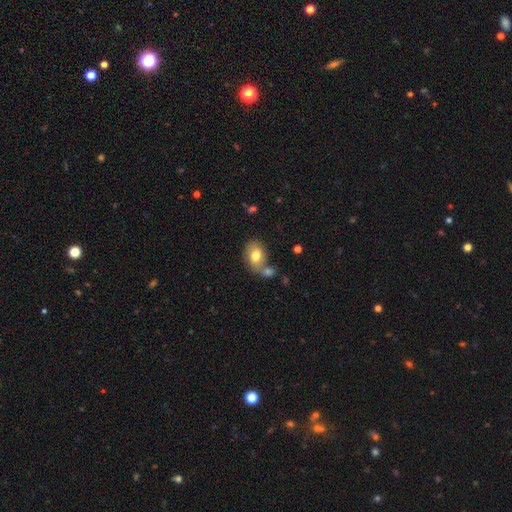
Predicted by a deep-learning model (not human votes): Morphology: type=smooth (73%); roundness=in between (69%); merging=none (42%).